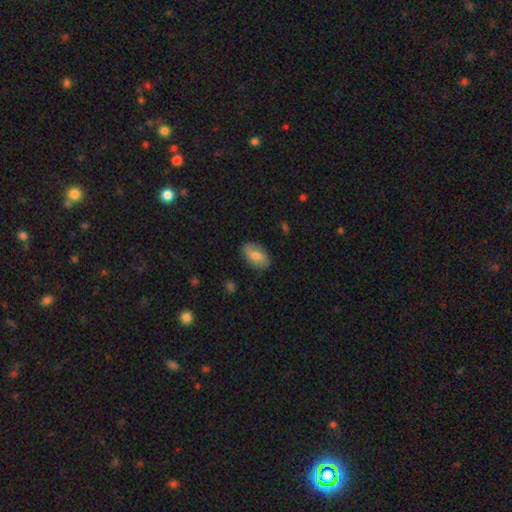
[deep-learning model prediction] Smooth or featured? Predicted: smooth (p=0.73). How rounded? Predicted: in between (p=0.92). Merging? Predicted: none (p=0.83).